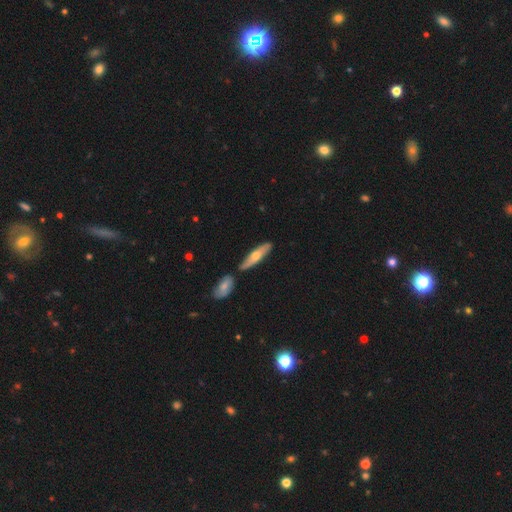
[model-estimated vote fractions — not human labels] Smooth or featured?
  - smooth: 49% *
  - featured or disk: 45%
  - star or artifact: 6%
Merging?
  - none: 72% *
  - merger: 13%
  - minor disturbance: 12%
  - major disturbance: 3%